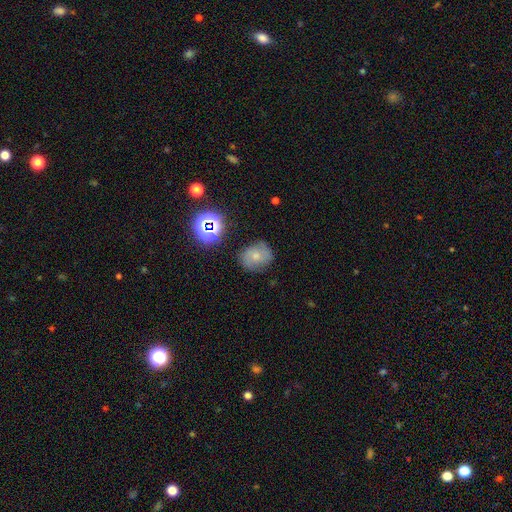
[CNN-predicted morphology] Smooth or featured: smooth — 50% (featured or disk — 33%)
How rounded: round — 63% (in between — 35%)
Merging: none — 74% (minor disturbance — 18%)